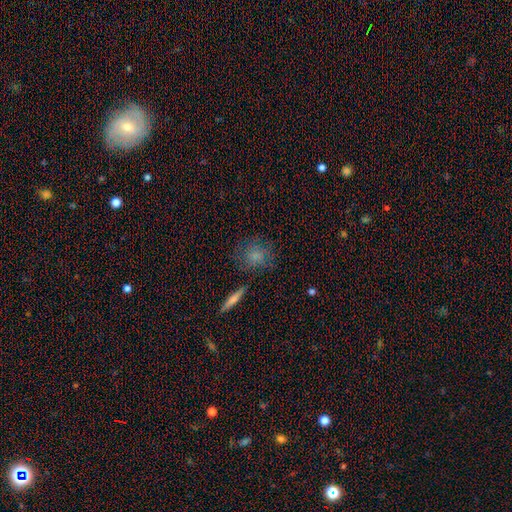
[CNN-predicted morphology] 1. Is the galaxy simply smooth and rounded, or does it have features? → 71% smooth, 18% featured or disk, 11% star or artifact.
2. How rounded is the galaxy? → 67% round, 29% in between, 4% cigar-shaped.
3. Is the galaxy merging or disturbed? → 75% none, 16% minor disturbance, 6% major disturbance, 3% merger.